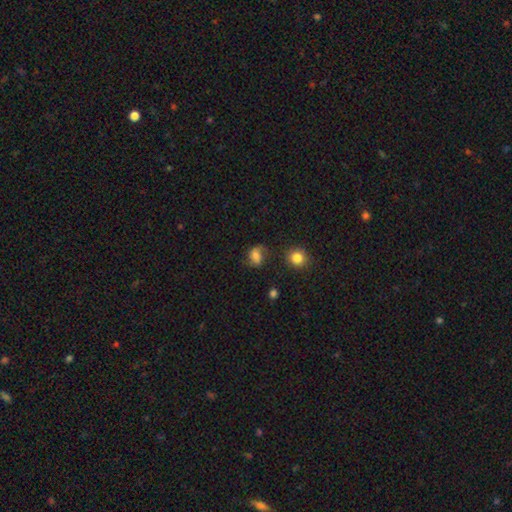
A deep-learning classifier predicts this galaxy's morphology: A smooth galaxy with no disk features (63%) that is in between round and cigar-shaped (57%). Merging: none (58%).